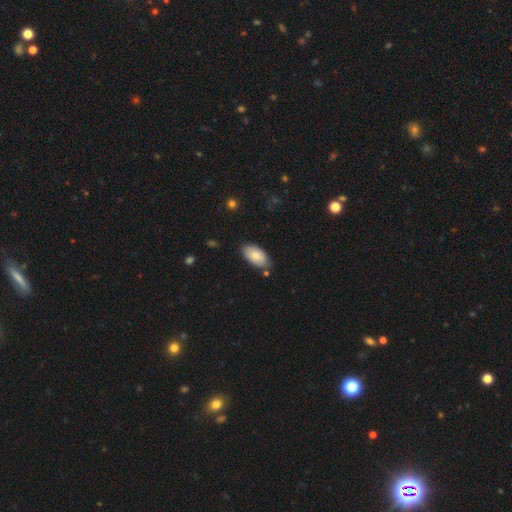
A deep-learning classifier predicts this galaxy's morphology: A smooth galaxy with no disk features (82%) that is in between round and cigar-shaped (95%). Merging: none (77%).